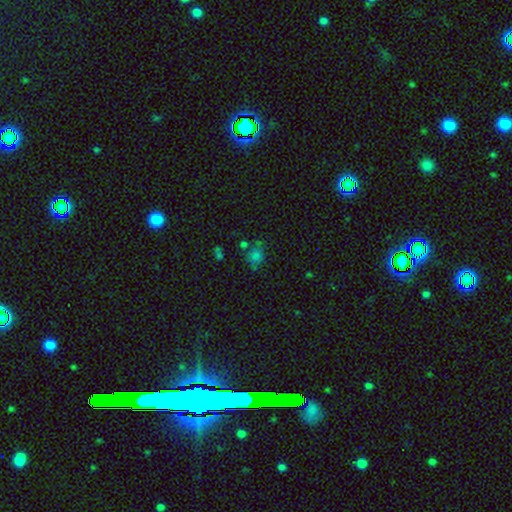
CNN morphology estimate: This is likely a smooth galaxy (65%). How rounded: likely round (70%). Merging: possibly none (59%).